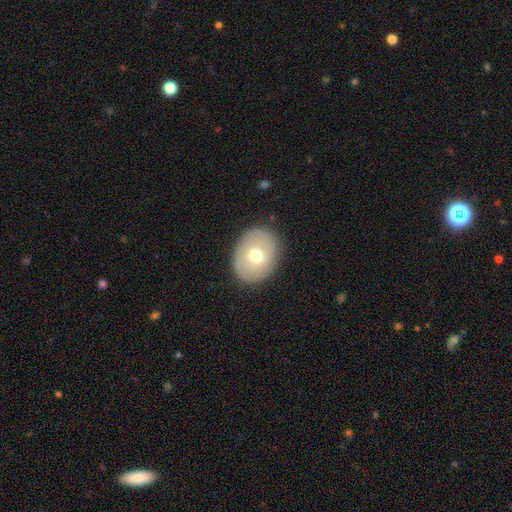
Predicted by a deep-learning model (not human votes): smooth_or_featured: smooth (p=0.65) [alt: featured or disk p=0.27]
how_rounded: in between (p=0.61) [alt: round p=0.38]
merging: none (p=0.86) [alt: minor disturbance p=0.10]